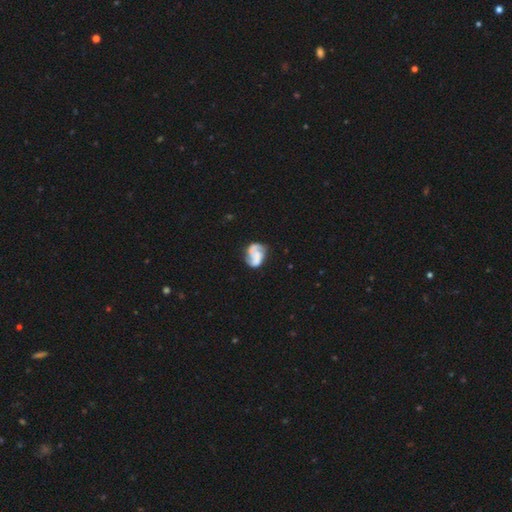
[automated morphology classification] A featured or disk galaxy (73%) with no bar (58%), 2 (72%) medium (45%) spiral arms (92%) and no central bulge (48%). Merging: none (62%).